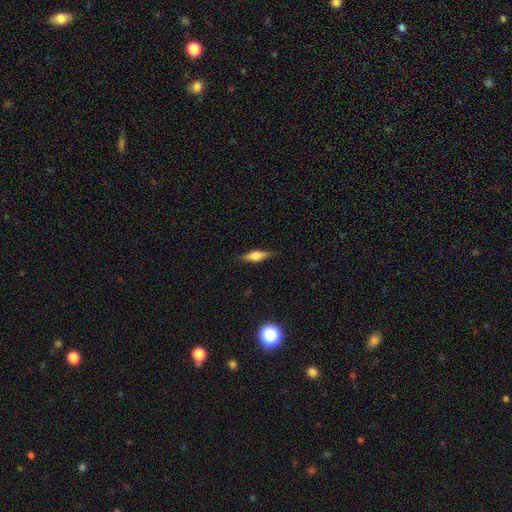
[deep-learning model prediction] Overall: smooth (51%; featured or disk 41%). How rounded: cigar-shaped (53%; in between 43%). Merging: none (86%).